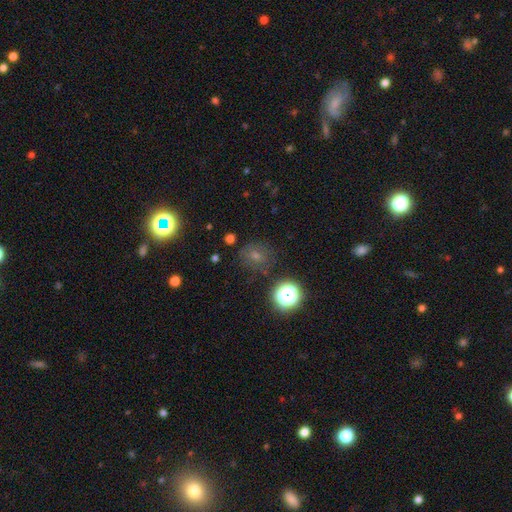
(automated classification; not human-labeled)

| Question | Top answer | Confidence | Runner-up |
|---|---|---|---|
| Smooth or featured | smooth | 49% | star or artifact (38%) |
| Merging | none | 83% | minor disturbance (11%) |